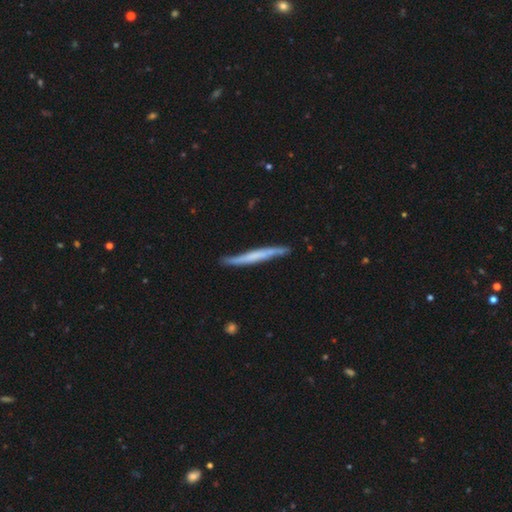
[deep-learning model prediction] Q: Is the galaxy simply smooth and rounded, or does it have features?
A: featured or disk — 56%.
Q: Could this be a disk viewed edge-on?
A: yes — 87%.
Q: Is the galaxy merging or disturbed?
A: none — 76%.